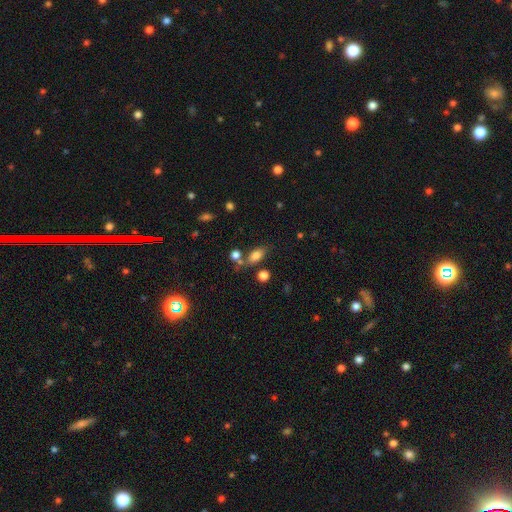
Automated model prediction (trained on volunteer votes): A smooth galaxy with no disk features (79%) that is in between round and cigar-shaped (83%). Merging: none (66%).